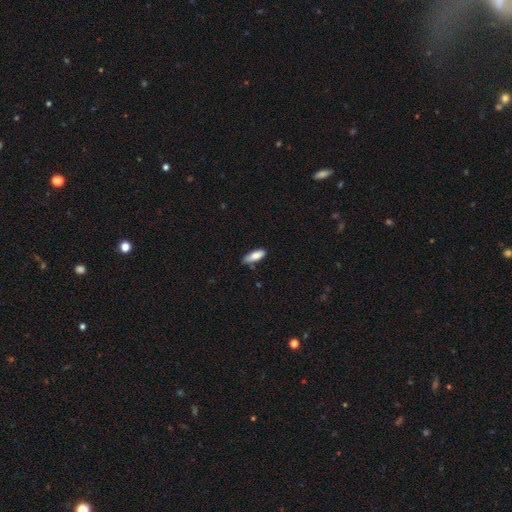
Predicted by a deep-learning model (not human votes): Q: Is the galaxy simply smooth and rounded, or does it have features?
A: smooth — 84%.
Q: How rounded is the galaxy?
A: in between — 68%.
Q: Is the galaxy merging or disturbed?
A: none — 64%.